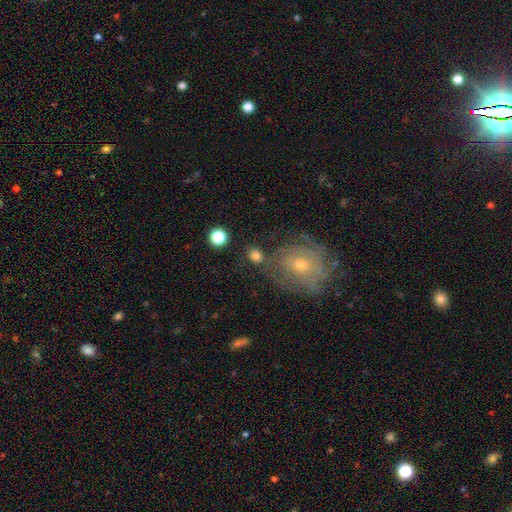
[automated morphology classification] smooth_or_featured: smooth (p=0.76) [alt: featured or disk p=0.14]
how_rounded: round (p=0.77) [alt: in between p=0.22]
merging: none (p=0.70) [alt: minor disturbance p=0.12]